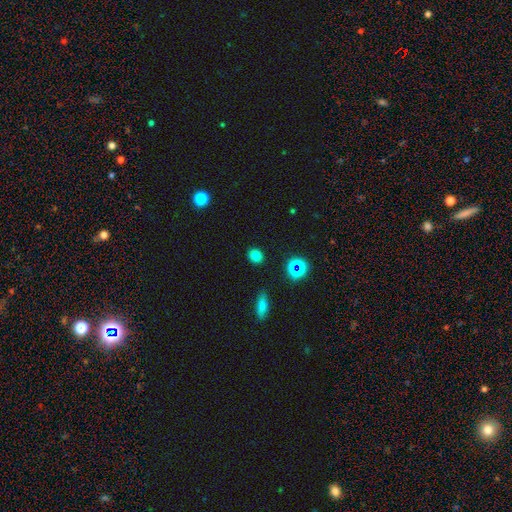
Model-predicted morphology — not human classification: A smooth galaxy with no disk features (77%) that is round (68%).

Vote fractions:
- Smooth or featured? smooth: 77% / star or artifact: 17% / featured or disk: 6%
- How rounded? round: 68% / in between: 31% / cigar-shaped: 1%
- Merging? none: 89% / minor disturbance: 7% / major disturbance: 2% / merger: 2%